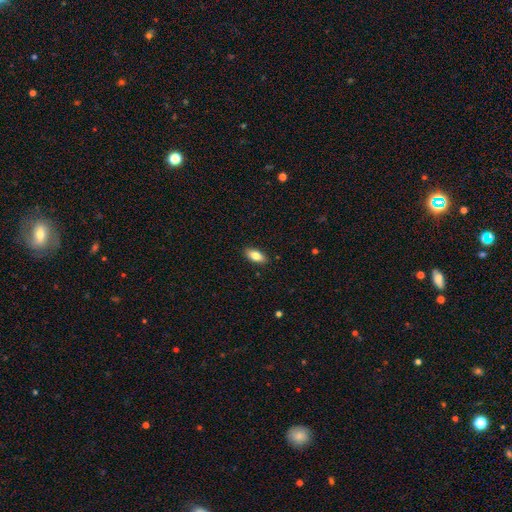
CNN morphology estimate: A smooth galaxy with no disk features (80%) that is in between round and cigar-shaped (86%).

Vote fractions:
- Smooth or featured? smooth: 80% / featured or disk: 13% / star or artifact: 7%
- How rounded? in between: 86% / cigar-shaped: 11% / round: 3%
- Merging? none: 89% / minor disturbance: 8% / major disturbance: 2% / merger: 1%